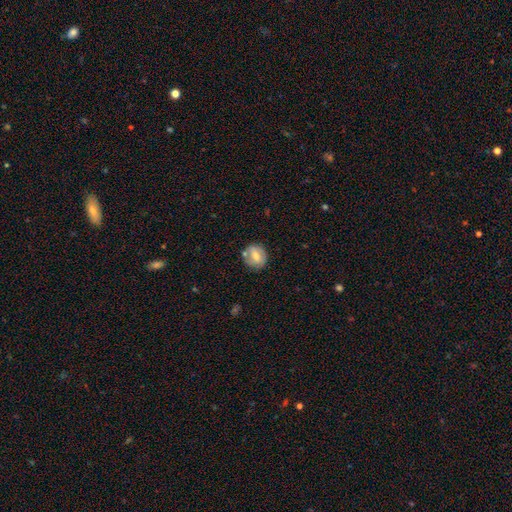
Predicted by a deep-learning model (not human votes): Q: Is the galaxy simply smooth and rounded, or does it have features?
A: smooth — 58%.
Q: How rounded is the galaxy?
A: round — 74%.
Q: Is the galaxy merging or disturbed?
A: none — 72%.